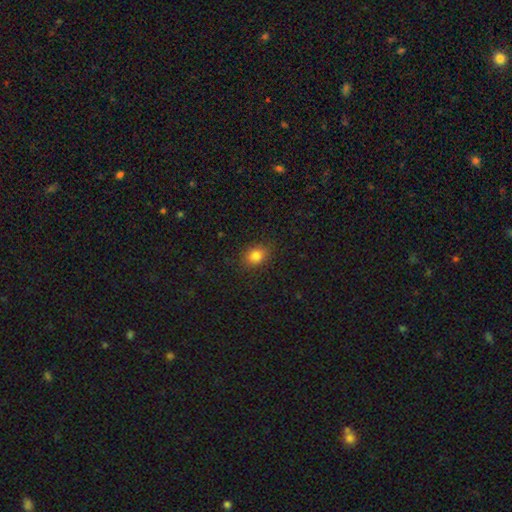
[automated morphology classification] The model was most divided on "how rounded": round: 50%, in between: 49%, cigar-shaped: 1%. More confident: merging — none (85%); smooth or featured — smooth (83%).